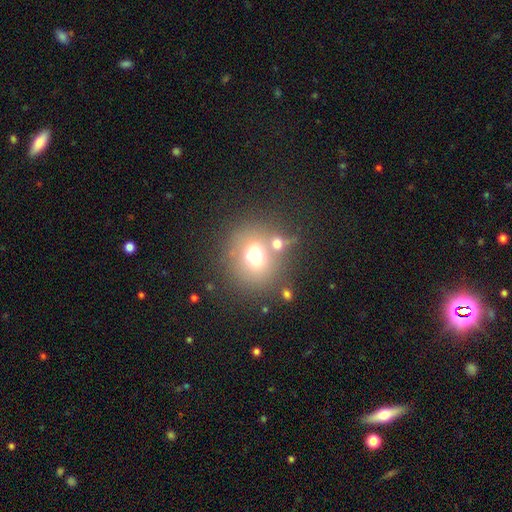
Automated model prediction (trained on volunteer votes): This appears to be a smooth galaxy with no disk features (67%) that is round (77%). Merging: none (60%).